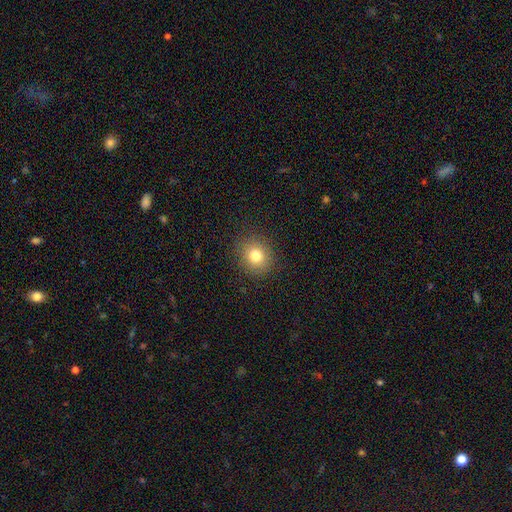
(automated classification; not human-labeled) Smooth or featured? Predicted: smooth (p=0.79). How rounded? Predicted: round (p=0.82). Merging? Predicted: none (p=0.89).